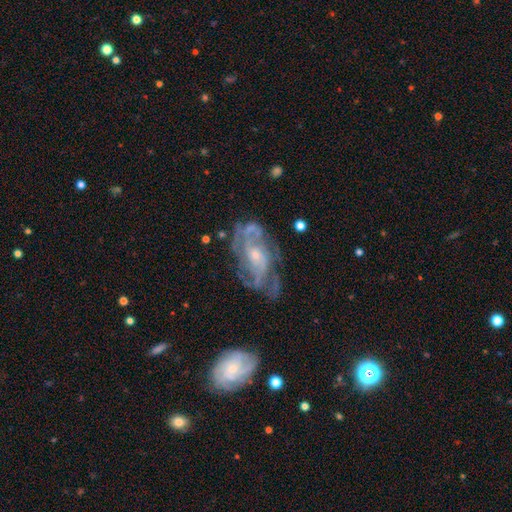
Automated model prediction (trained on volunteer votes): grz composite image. It shows a featured or disk galaxy (84%) with no bar (67%), tight (46%) spiral arms (89%) and a small central bulge (62%). Merging: none (57%).